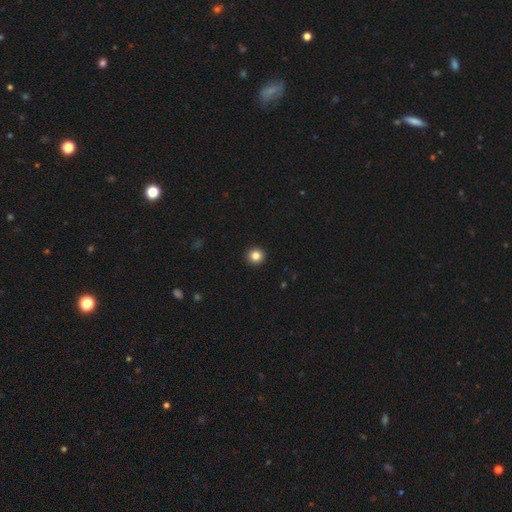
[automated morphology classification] Q: Smooth or featured?
A: smooth (84%); runner-up: star or artifact (11%)
Q: How rounded?
A: round (95%); runner-up: in between (4%)
Q: Merging?
A: none (94%); runner-up: minor disturbance (4%)